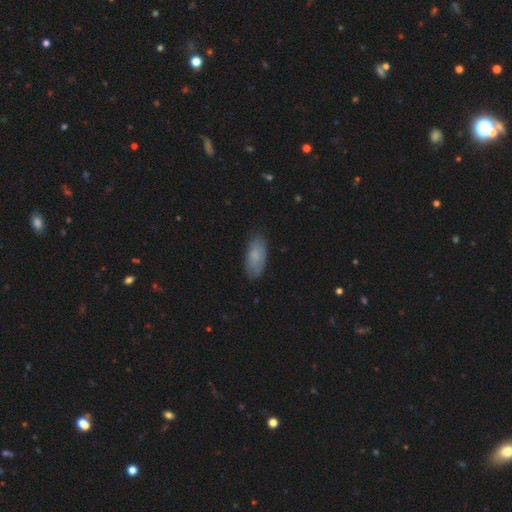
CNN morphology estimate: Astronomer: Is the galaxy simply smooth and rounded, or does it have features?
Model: smooth — 80%.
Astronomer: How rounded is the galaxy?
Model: in between — 87%.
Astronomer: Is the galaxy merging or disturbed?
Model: none — 81%.